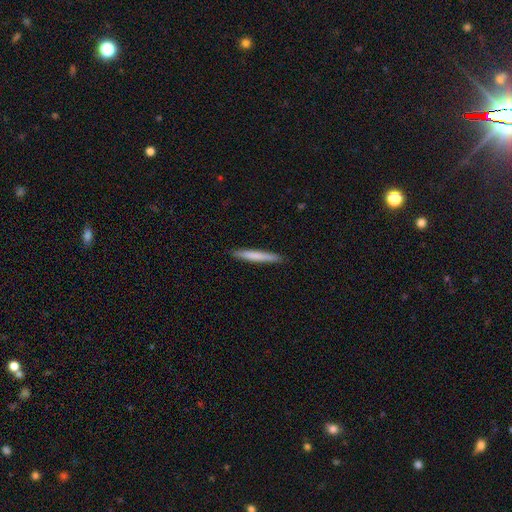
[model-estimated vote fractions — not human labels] smooth_or_featured: smooth (p=0.73) [alt: featured or disk p=0.22]
how_rounded: cigar-shaped (p=0.96) [alt: in between p=0.03]
merging: none (p=0.91) [alt: minor disturbance p=0.06]